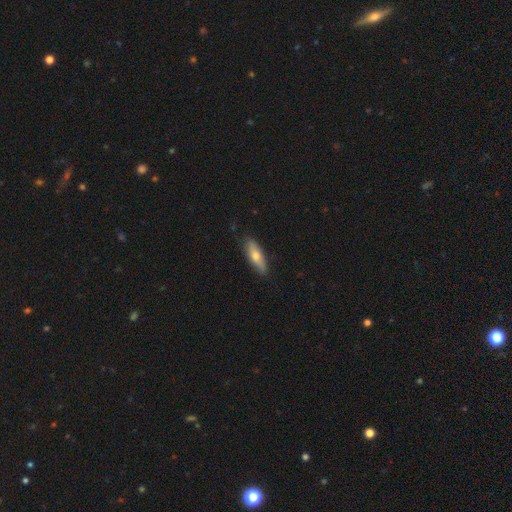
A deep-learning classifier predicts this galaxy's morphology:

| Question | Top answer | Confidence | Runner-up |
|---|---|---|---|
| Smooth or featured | smooth | 67% | featured or disk (27%) |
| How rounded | in between | 53% | cigar-shaped (44%) |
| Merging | none | 81% | minor disturbance (15%) |